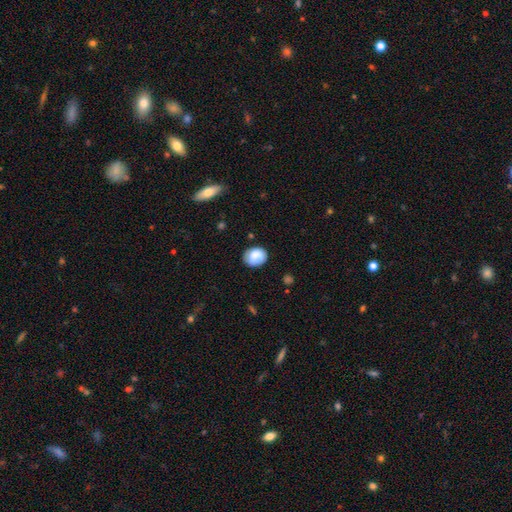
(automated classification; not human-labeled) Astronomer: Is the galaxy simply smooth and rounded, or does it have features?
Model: smooth — 80%.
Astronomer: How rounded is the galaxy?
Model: round — 52% (runner-up: in between, 47%).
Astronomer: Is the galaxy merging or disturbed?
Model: none — 76%.